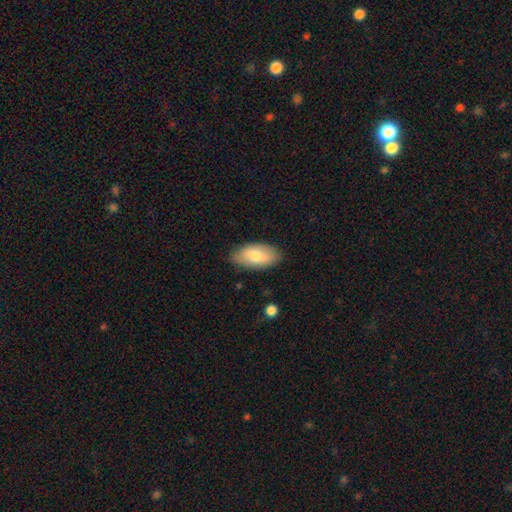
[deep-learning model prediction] Smooth or featured? smooth (76%)
How rounded? in between (94%)
Merging? none (83%)